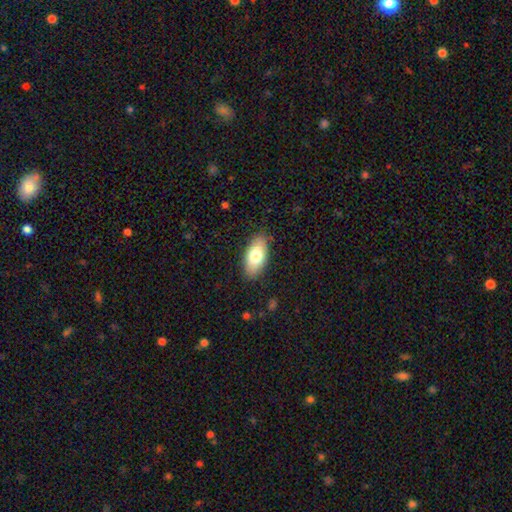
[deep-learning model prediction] Smooth or featured? smooth (77%)
How rounded? in between (91%)
Merging? none (85%)